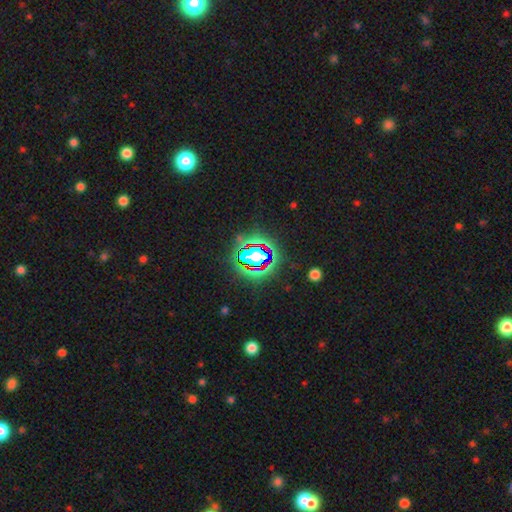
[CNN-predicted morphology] Smooth or featured? star or artifact (67%)